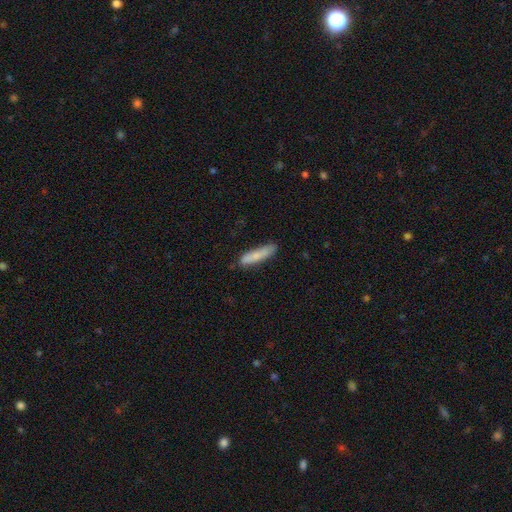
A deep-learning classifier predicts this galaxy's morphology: A smooth galaxy with no disk features (77%) that is cigar-shaped (81%). Merging: none (78%).